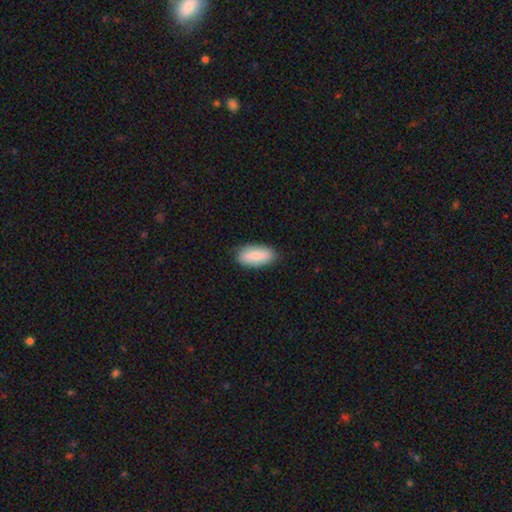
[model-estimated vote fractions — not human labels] This is clearly a smooth galaxy (85%). How rounded: clearly in between (87%). Merging: clearly none (84%).